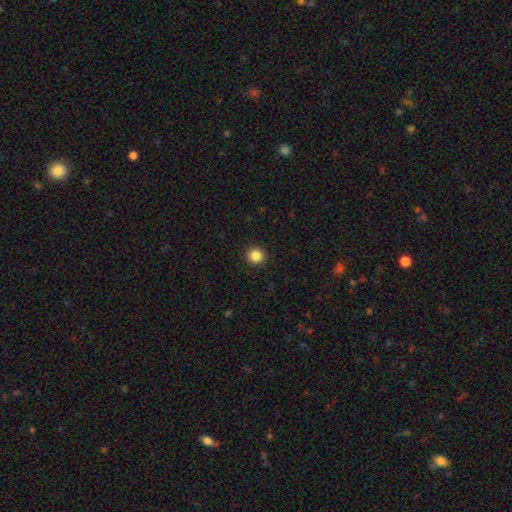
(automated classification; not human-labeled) smooth-or-featured: smooth: 87% | star or artifact: 10% | featured or disk: 3%
  how-rounded: round: 92% | in between: 7% | cigar-shaped: 1%
  merging: none: 93% | minor disturbance: 5% | major disturbance: 2% | merger: 1%